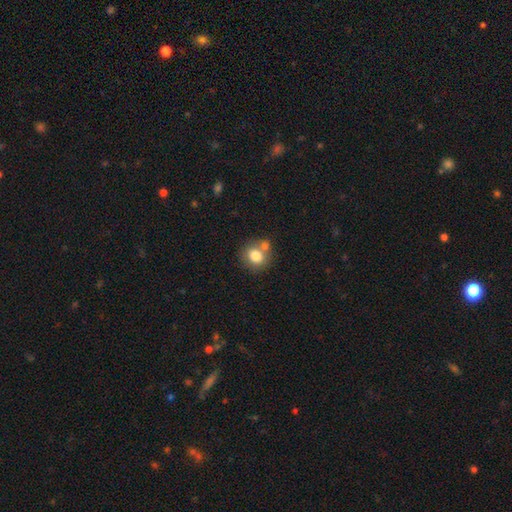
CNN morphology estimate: This appears to be a smooth galaxy with no disk features (79%) that is round (79%). Merging: none (57%).